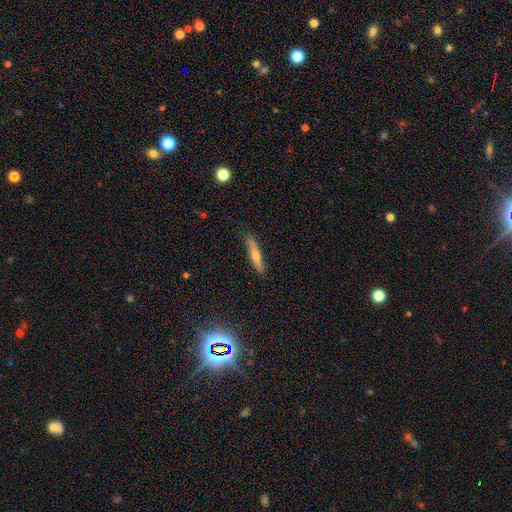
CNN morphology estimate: Smooth or featured? Predicted: smooth (p=0.49). Merging? Predicted: none (p=0.85).